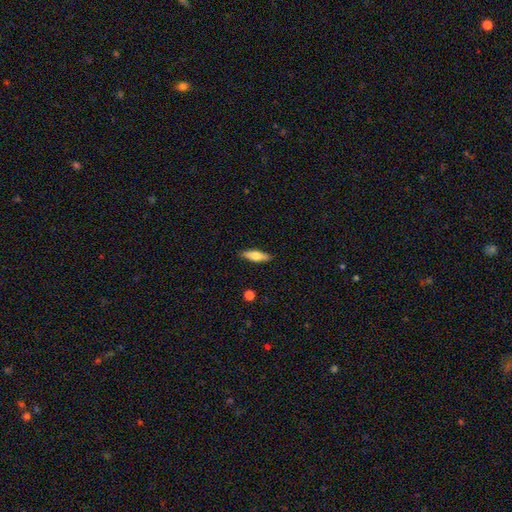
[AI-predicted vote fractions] smooth-or-featured: smooth: 62% | featured or disk: 32% | star or artifact: 6%
  how-rounded: cigar-shaped: 52% | in between: 45% | round: 2%
  merging: none: 88% | minor disturbance: 9% | major disturbance: 2% | merger: 1%